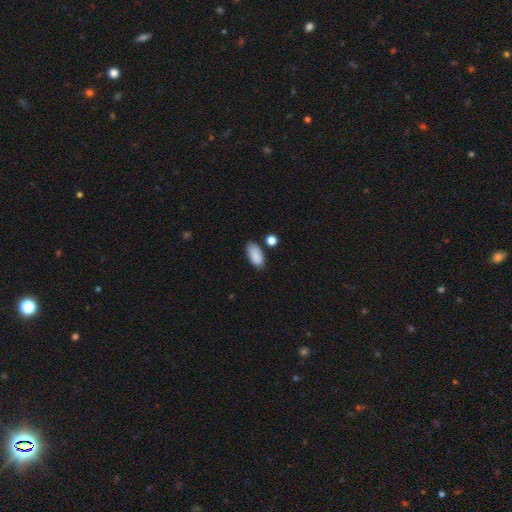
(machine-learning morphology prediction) smooth-or-featured: smooth: 88% | star or artifact: 7% | featured or disk: 5%
  how-rounded: in between: 91% | cigar-shaped: 6% | round: 3%
  merging: none: 73% | minor disturbance: 17% | merger: 6% | major disturbance: 4%